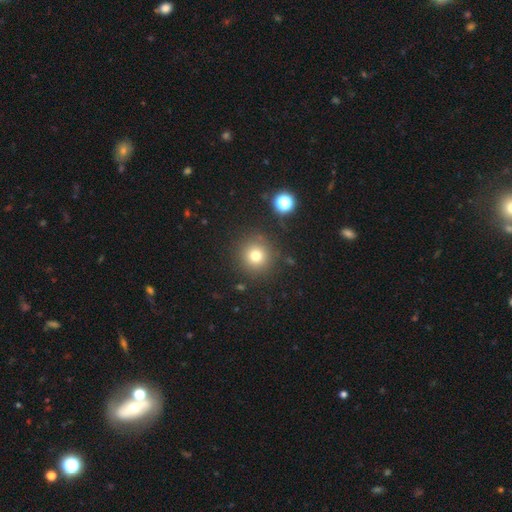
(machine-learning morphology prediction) smooth-or-featured: smooth: 75% | star or artifact: 16% | featured or disk: 9%
  how-rounded: round: 95% | in between: 4% | cigar-shaped: 1%
  merging: none: 88% | minor disturbance: 7% | major disturbance: 3% | merger: 2%